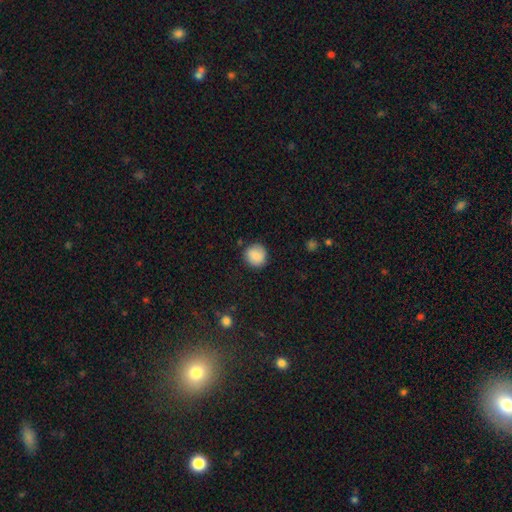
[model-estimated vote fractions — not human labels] Morphology: type=smooth (88%); roundness=round (91%); merging=none (86%).